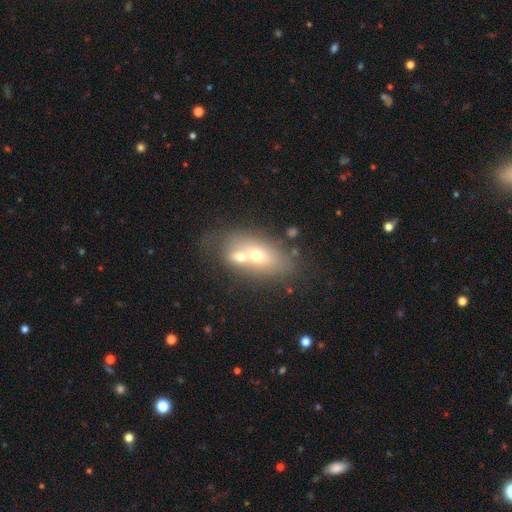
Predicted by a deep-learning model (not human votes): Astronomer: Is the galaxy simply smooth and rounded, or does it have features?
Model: smooth — 53% (runner-up: featured or disk, 35%).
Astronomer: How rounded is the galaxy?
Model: in between — 76%.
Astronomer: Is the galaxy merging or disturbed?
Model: merger — 56%.